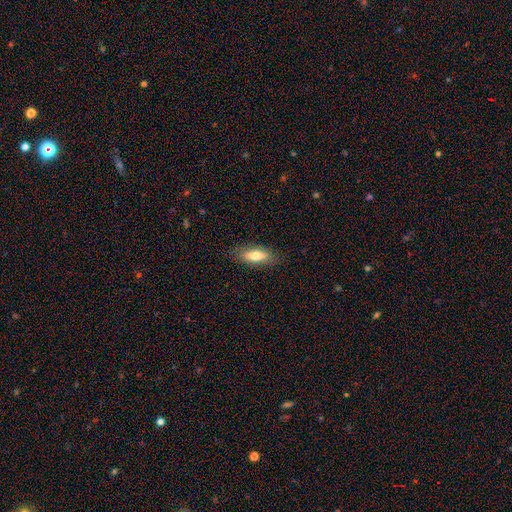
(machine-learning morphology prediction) This appears to be a smooth galaxy with no disk features (69%) that is in between round and cigar-shaped (69%). Merging: none (85%).